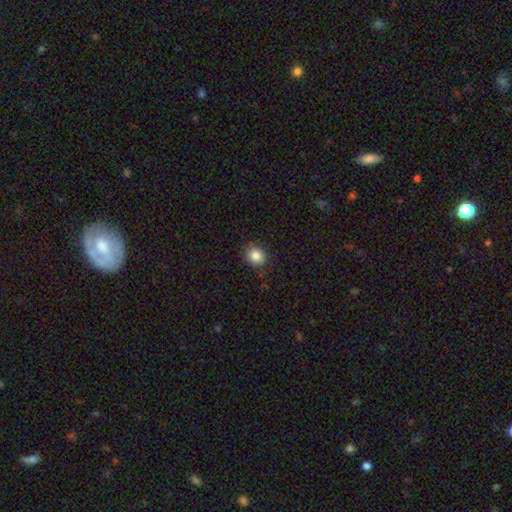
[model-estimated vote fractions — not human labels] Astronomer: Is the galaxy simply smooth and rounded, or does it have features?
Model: smooth — 86%.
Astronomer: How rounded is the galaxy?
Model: round — 71%.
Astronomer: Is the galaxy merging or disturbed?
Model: none — 85%.